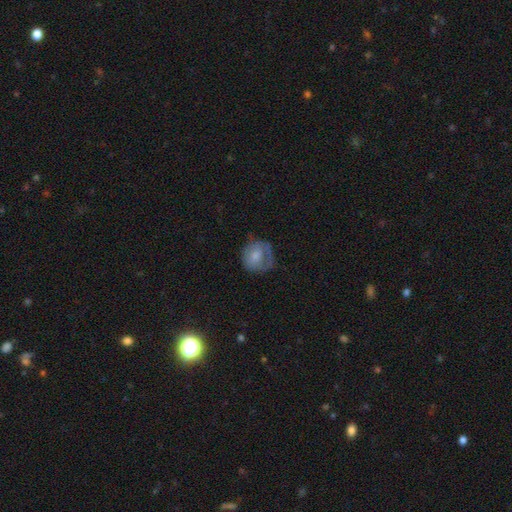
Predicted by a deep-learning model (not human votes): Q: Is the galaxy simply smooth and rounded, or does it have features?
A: smooth — 64%.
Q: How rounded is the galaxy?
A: round — 78%.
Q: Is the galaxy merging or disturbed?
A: none — 52%.